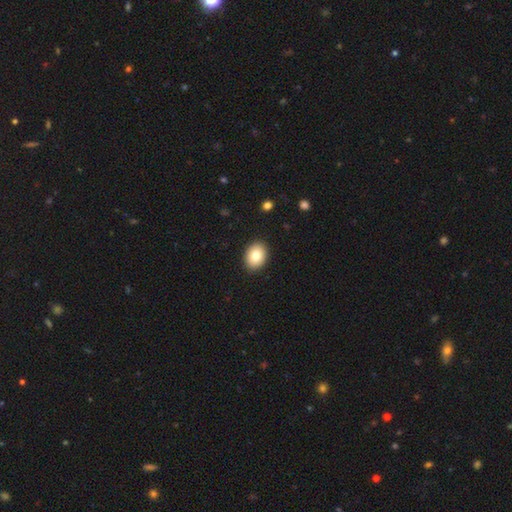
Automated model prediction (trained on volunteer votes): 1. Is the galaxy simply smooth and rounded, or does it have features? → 80% smooth, 11% featured or disk, 8% star or artifact.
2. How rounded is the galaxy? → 63% in between, 36% round, 1% cigar-shaped.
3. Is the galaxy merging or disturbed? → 91% none, 7% minor disturbance, 2% major disturbance, 1% merger.